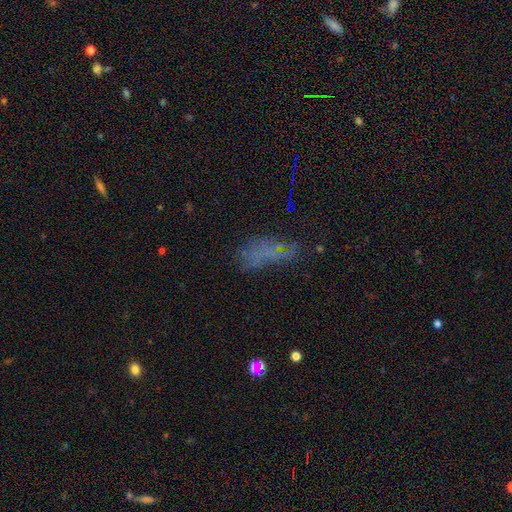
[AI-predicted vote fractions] This is possibly a smooth galaxy (53%). How rounded: likely in between (64%). Merging: possibly none (51%).